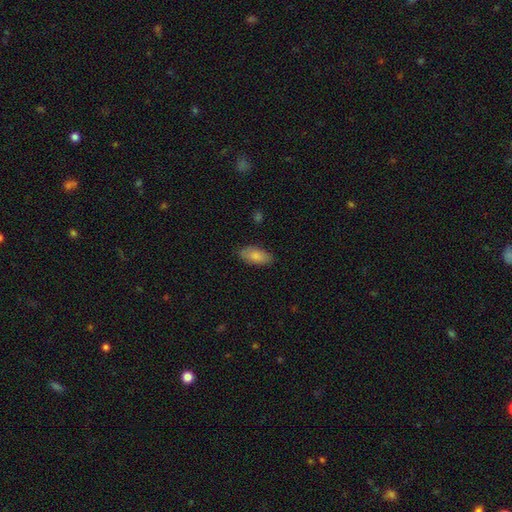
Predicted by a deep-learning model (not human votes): A smooth galaxy with no disk features (85%) that is in between round and cigar-shaped (91%). Merging: none (85%).